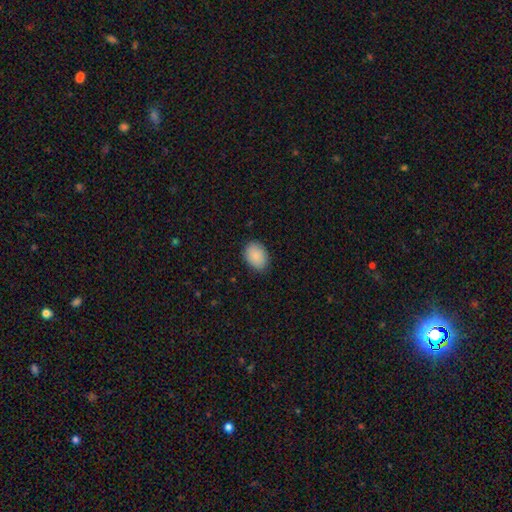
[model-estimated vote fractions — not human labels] smooth_or_featured: smooth (p=0.88) [alt: star or artifact p=0.07]
how_rounded: in between (p=0.75) [alt: round p=0.24]
merging: none (p=0.84) [alt: minor disturbance p=0.13]